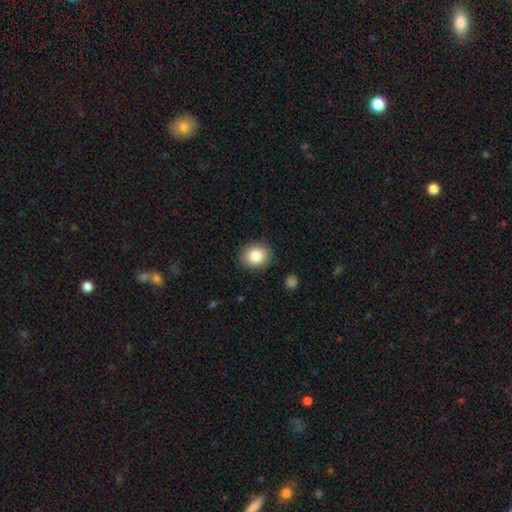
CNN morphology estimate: The model was most divided on "how rounded": round: 69%, in between: 30%, cigar-shaped: 1%. More confident: merging — none (89%); smooth or featured — smooth (84%).